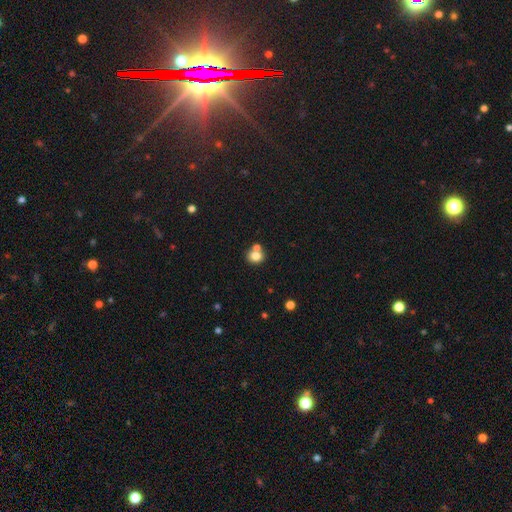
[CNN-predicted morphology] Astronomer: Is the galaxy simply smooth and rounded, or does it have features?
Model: smooth — 79%.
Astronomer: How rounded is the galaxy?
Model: round — 77%.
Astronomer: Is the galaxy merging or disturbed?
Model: none — 58%.